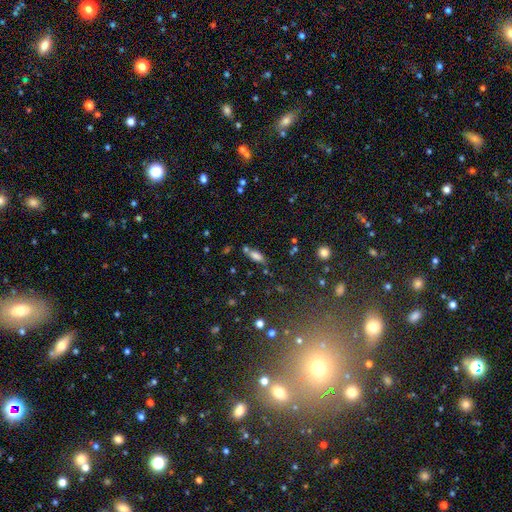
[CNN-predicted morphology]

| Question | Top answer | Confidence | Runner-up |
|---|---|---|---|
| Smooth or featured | smooth | 74% | featured or disk (14%) |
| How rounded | in between | 71% | cigar-shaped (26%) |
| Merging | none | 65% | merger (16%) |